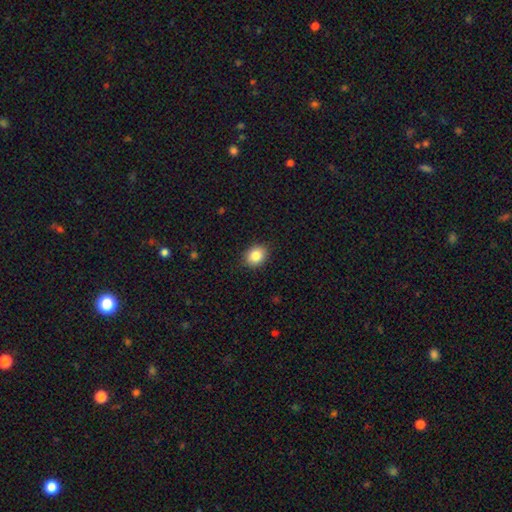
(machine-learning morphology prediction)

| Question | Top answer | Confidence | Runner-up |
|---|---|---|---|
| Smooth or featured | smooth | 85% | star or artifact (9%) |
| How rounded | round | 54% | in between (45%) |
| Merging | none | 88% | minor disturbance (9%) |